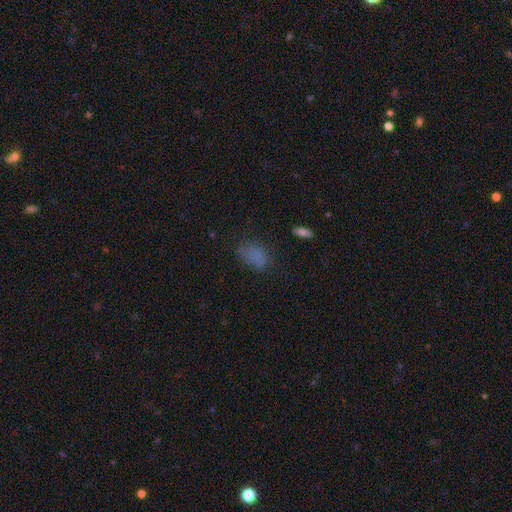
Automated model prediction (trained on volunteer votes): Overall: smooth (70%). How rounded: in between (85%). Merging: none (52%; minor disturbance 27%).